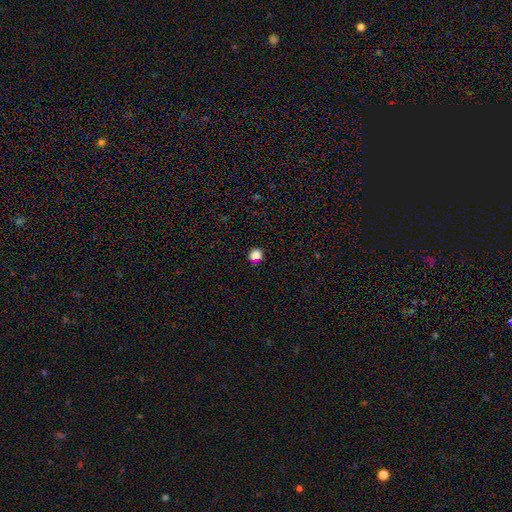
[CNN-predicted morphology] A smooth galaxy with no disk features (82%) that is round (82%). Merging: none (82%).